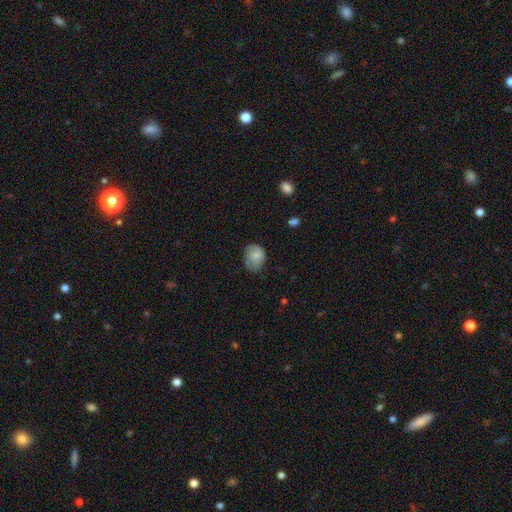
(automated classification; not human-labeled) The model was most divided on "how rounded": round: 50%, in between: 49%, cigar-shaped: 1%. More confident: smooth or featured — smooth (67%); merging — none (56%).